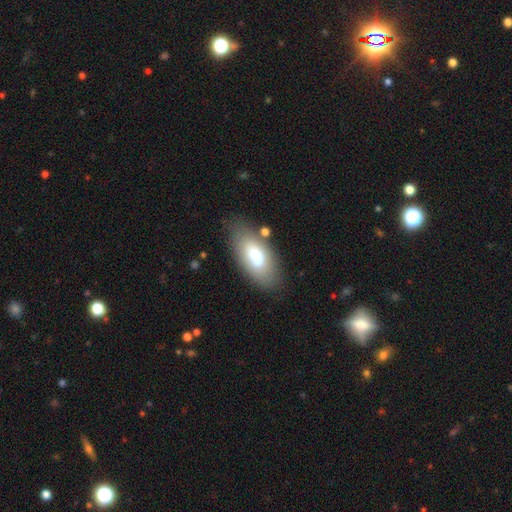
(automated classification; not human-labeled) smooth 70%, featured or disk 23%, star or artifact 7%. Down the decision tree: how rounded — in between (90%); merging — none (73%).